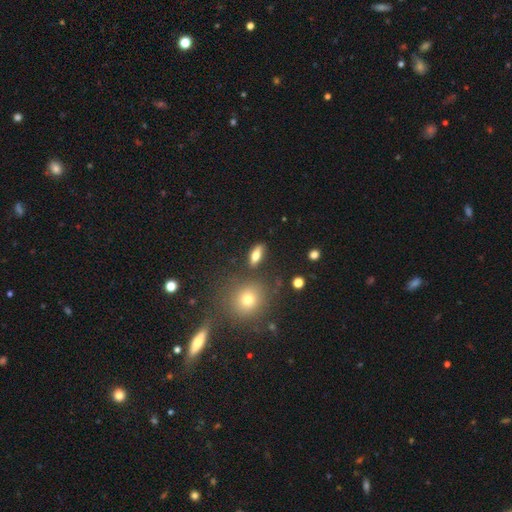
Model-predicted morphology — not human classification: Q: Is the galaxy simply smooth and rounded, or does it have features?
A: smooth — 71%.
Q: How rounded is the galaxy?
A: in between — 69%.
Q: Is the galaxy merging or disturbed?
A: none — 81%.